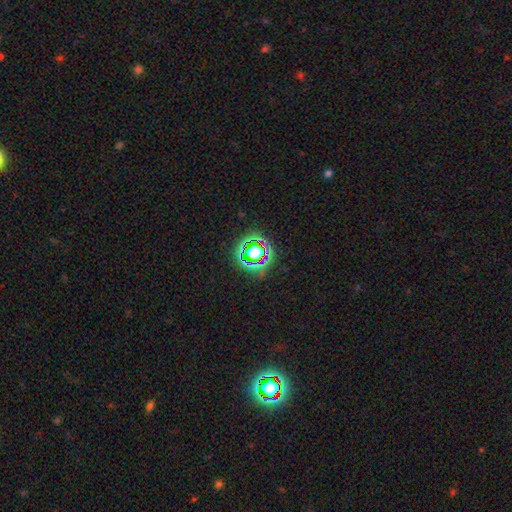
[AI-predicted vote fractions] A star or artifact, not a galaxy (62%).